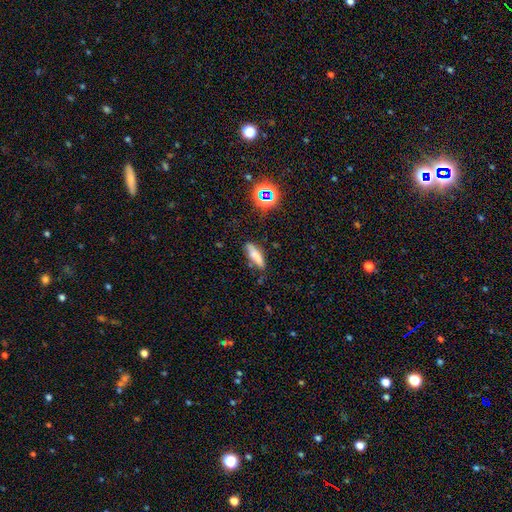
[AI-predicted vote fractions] Smooth or featured? smooth (73%)
How rounded? cigar-shaped (64%)
Merging? none (76%)